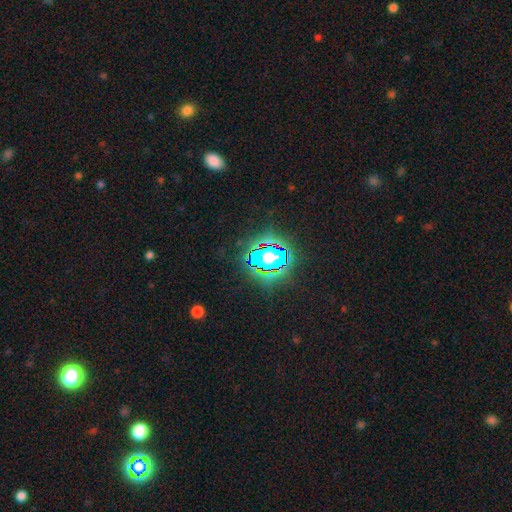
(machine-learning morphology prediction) Smooth or featured? star or artifact (80%)